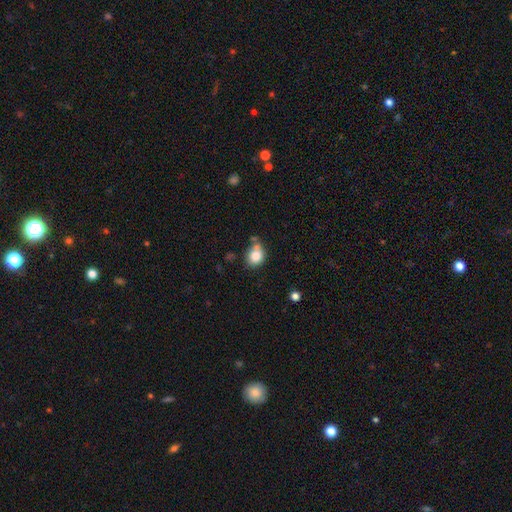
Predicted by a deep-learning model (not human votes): This appears to be a smooth galaxy with no disk features (82%) that is round (62%). Merging: none (57%).